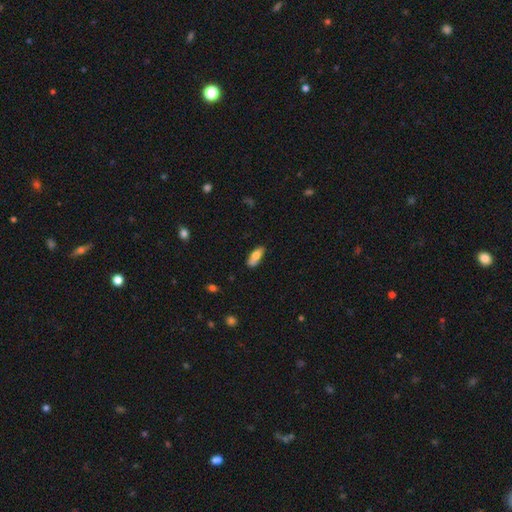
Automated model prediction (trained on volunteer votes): Smooth or featured?
  - smooth: 73% *
  - featured or disk: 21%
  - star or artifact: 7%
How rounded?
  - in between: 75% *
  - cigar-shaped: 23%
  - round: 2%
Merging?
  - none: 70% *
  - minor disturbance: 20%
  - merger: 6%
  - major disturbance: 4%